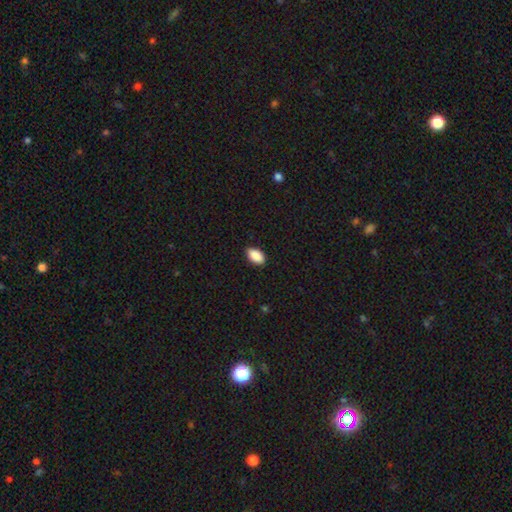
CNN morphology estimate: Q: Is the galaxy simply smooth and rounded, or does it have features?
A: smooth — 90%.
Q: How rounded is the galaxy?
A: in between — 94%.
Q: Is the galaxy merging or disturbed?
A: none — 89%.